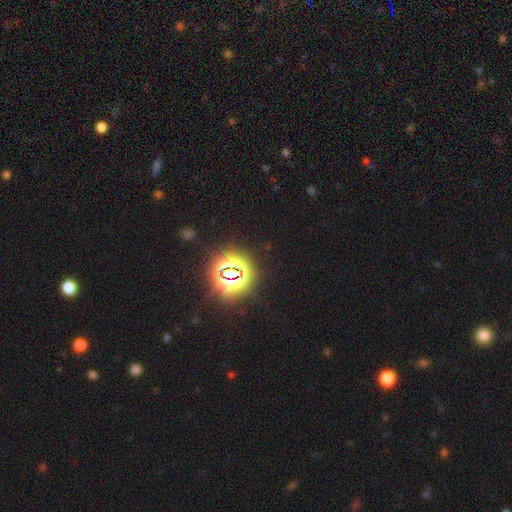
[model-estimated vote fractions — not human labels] smooth-or-featured: star or artifact: 83% | smooth: 11% | featured or disk: 6%